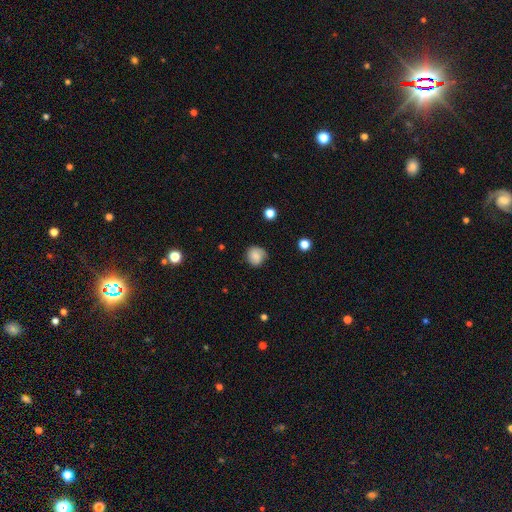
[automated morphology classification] smooth 78%, featured or disk 13%, star or artifact 9%. Down the decision tree: how rounded — round (86%); merging — none (75%).